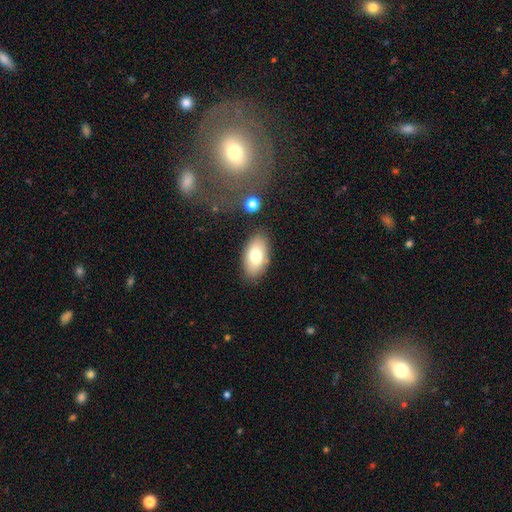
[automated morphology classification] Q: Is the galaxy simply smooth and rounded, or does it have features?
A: smooth — 74%.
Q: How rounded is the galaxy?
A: in between — 93%.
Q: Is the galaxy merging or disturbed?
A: none — 83%.